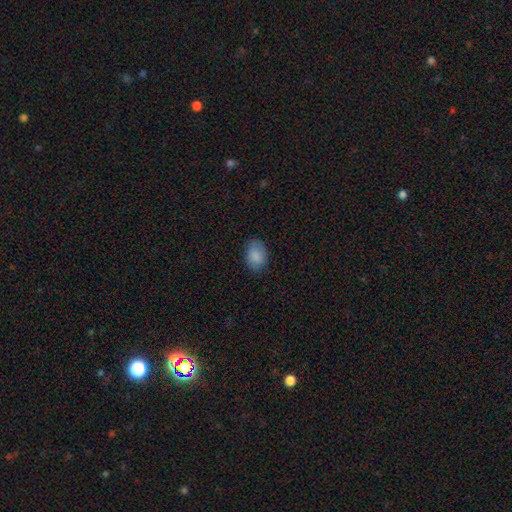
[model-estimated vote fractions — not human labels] Overall: smooth (86%). How rounded: in between (78%). Merging: none (77%).